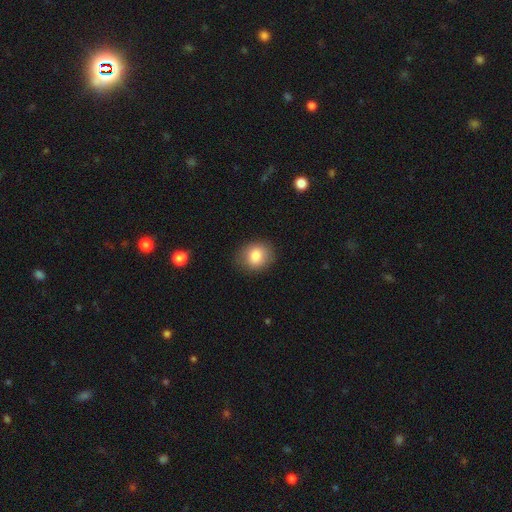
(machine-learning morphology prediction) type=smooth (83%); roundness=round (65%); merging=none (84%).